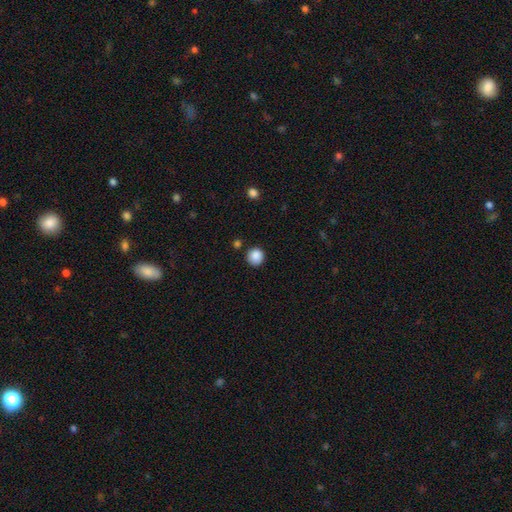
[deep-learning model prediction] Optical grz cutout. It shows a smooth galaxy with no disk features (88%) that is round (93%). Merging: none (87%).